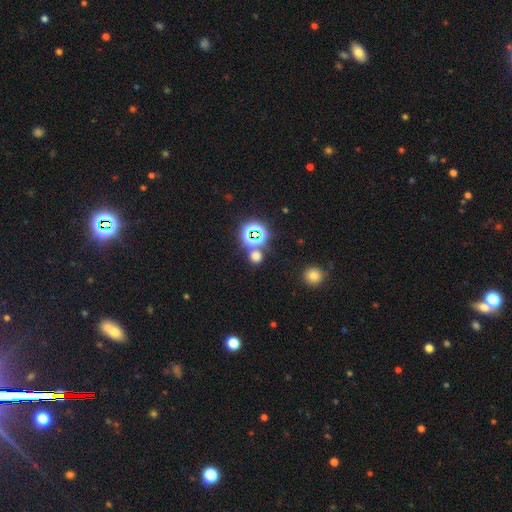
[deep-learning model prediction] smooth_or_featured: smooth (p=0.56) [alt: star or artifact p=0.38]
how_rounded: round (p=0.85) [alt: in between p=0.14]
merging: none (p=0.72) [alt: merger p=0.17]